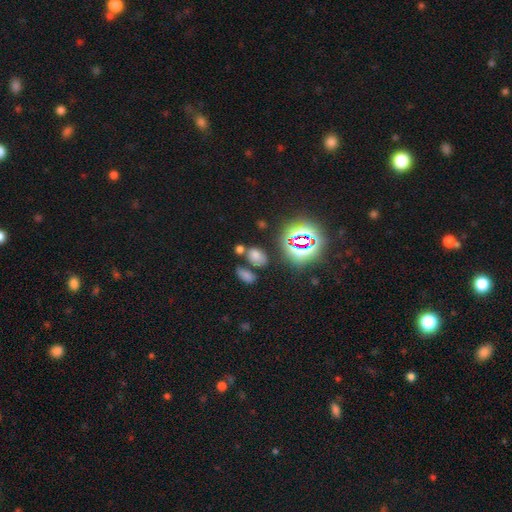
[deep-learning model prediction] The model was most divided on "smooth or featured": smooth: 63%, star or artifact: 29%, featured or disk: 8%. More confident: how rounded — in between (81%); merging — none (66%).